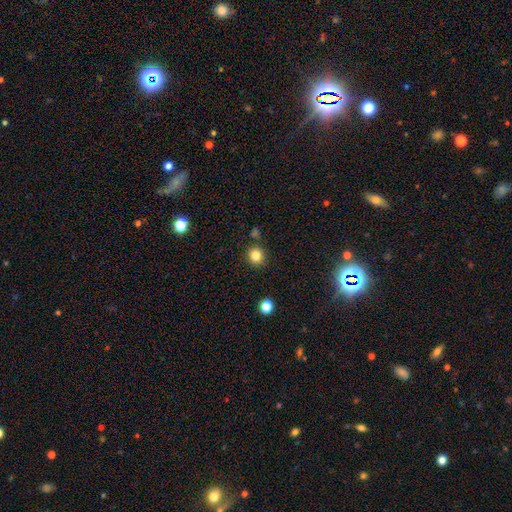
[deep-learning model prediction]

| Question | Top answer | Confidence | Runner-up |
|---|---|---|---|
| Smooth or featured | smooth | 83% | star or artifact (12%) |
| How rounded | round | 89% | in between (10%) |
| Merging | none | 87% | minor disturbance (7%) |